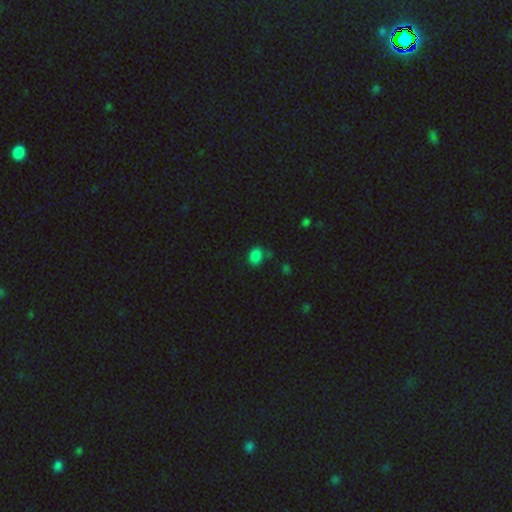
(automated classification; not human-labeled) smooth-or-featured: smooth: 83% | star or artifact: 14% | featured or disk: 4%
  how-rounded: in between: 54% | round: 44% | cigar-shaped: 1%
  merging: none: 71% | minor disturbance: 18% | merger: 6% | major disturbance: 5%